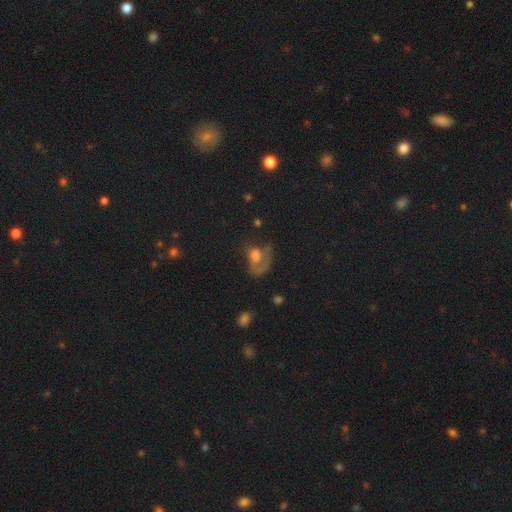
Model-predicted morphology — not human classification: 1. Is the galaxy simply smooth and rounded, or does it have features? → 41% smooth, 39% featured or disk, 20% star or artifact.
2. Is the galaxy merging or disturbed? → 48% major disturbance, 29% none, 17% minor disturbance, 6% merger.